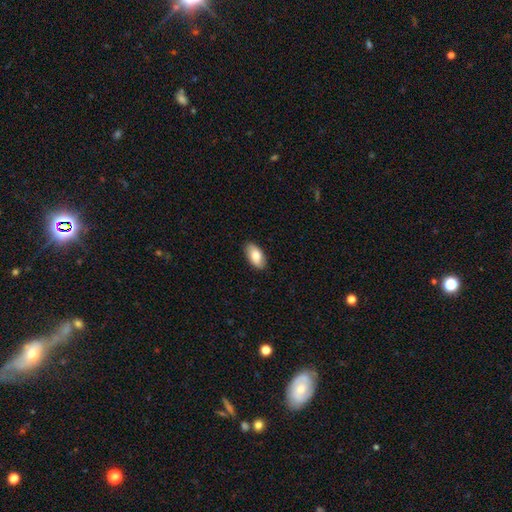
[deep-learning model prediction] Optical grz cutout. It shows a smooth galaxy with no disk features (81%) that is in between round and cigar-shaped (93%). Merging: none (87%).